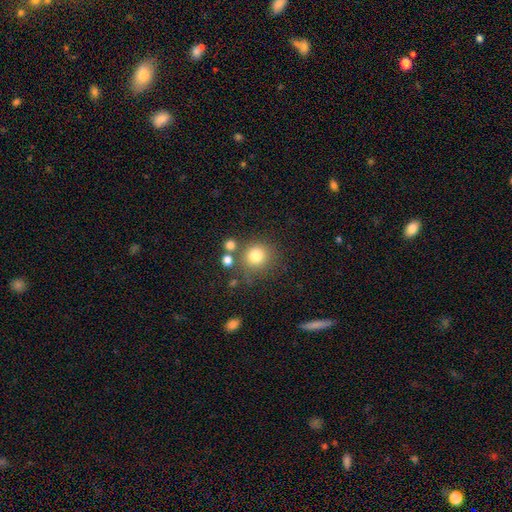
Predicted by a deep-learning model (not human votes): smooth_or_featured: smooth (p=0.79) [alt: star or artifact p=0.13]
how_rounded: round (p=0.91) [alt: in between p=0.08]
merging: none (p=0.73) [alt: minor disturbance p=0.12]